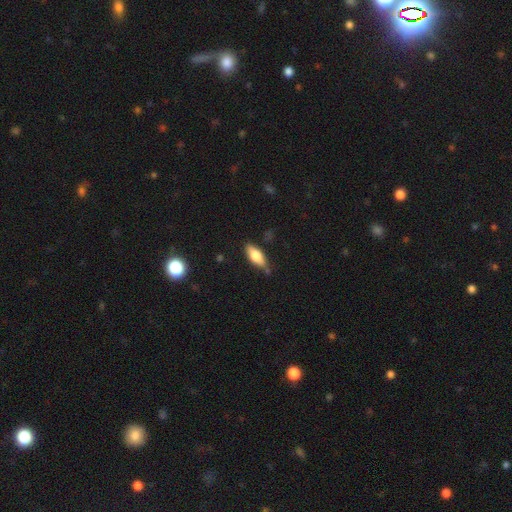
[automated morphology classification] Smooth or featured? smooth (73%)
How rounded? in between (76%)
Merging? none (77%)